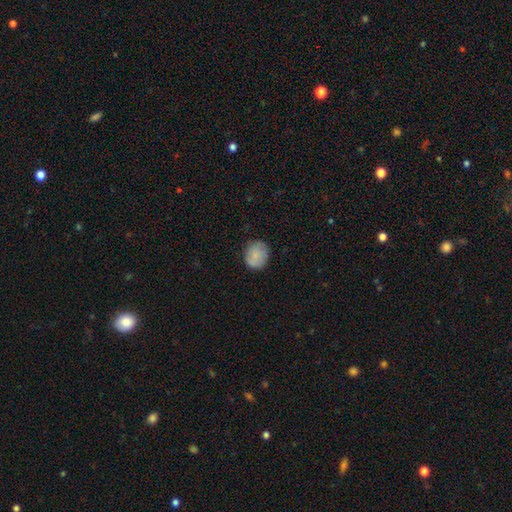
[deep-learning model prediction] smooth-or-featured: smooth: 82% | featured or disk: 11% | star or artifact: 7%
  how-rounded: round: 72% | in between: 27% | cigar-shaped: 1%
  merging: none: 79% | minor disturbance: 16% | major disturbance: 3% | merger: 1%